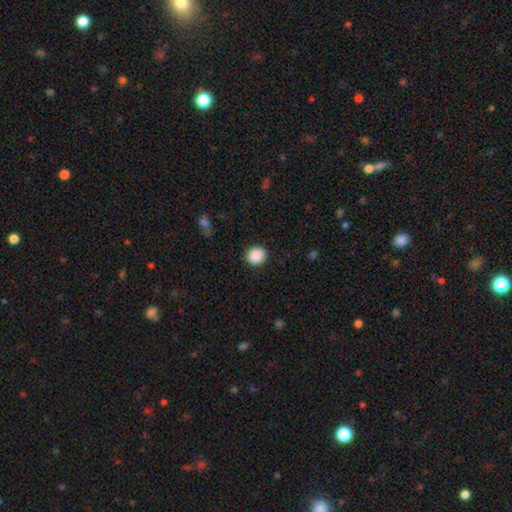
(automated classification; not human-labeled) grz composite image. It shows a smooth galaxy with no disk features (89%) that is round (88%). Merging: none (90%).